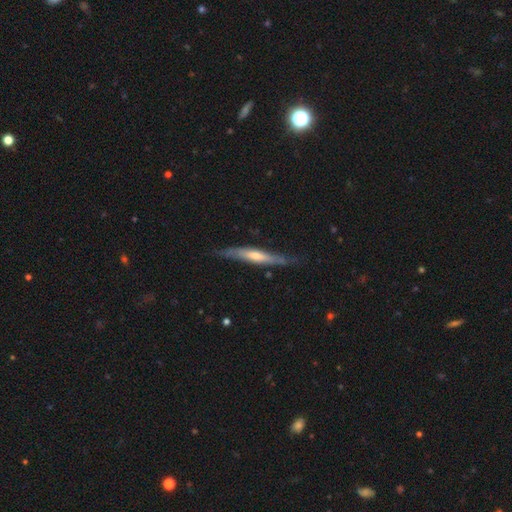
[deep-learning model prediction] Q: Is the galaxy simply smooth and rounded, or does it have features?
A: featured or disk — 68%.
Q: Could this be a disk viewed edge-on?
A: yes — 87%.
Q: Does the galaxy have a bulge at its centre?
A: rounded — 59%.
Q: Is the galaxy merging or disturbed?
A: none — 75%.